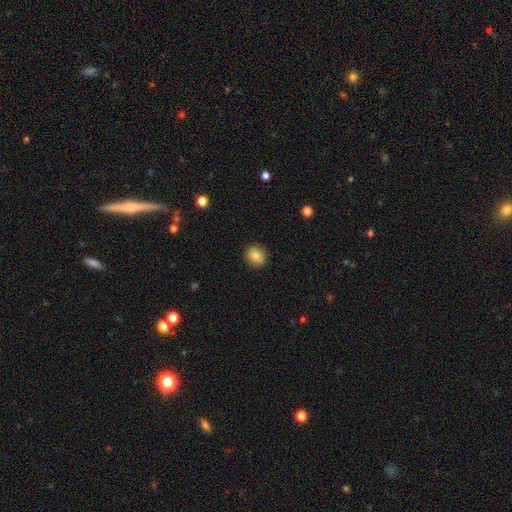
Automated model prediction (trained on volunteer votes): smooth-or-featured: smooth: 82% | star or artifact: 9% | featured or disk: 8%
  how-rounded: round: 69% | in between: 30% | cigar-shaped: 1%
  merging: none: 90% | minor disturbance: 7% | major disturbance: 2% | merger: 1%